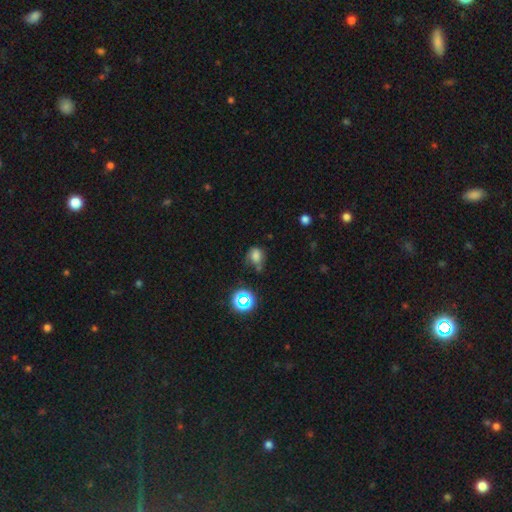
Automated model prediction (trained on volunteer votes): Smooth or featured? smooth (66%)
How rounded? round (51%)
Merging? none (39%)